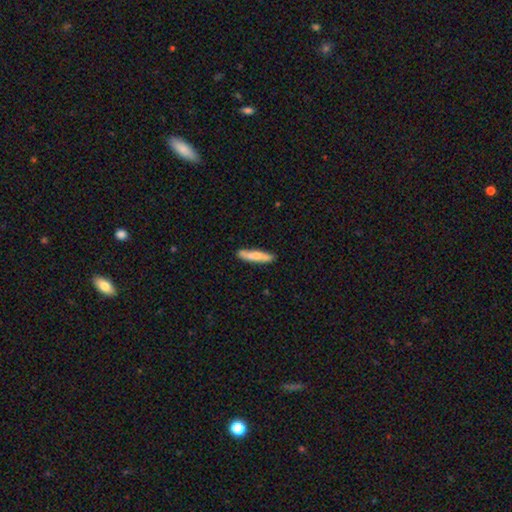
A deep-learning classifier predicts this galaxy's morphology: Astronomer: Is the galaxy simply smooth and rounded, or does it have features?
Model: smooth — 69%.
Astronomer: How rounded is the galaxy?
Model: cigar-shaped — 86%.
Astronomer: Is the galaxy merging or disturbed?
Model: none — 82%.